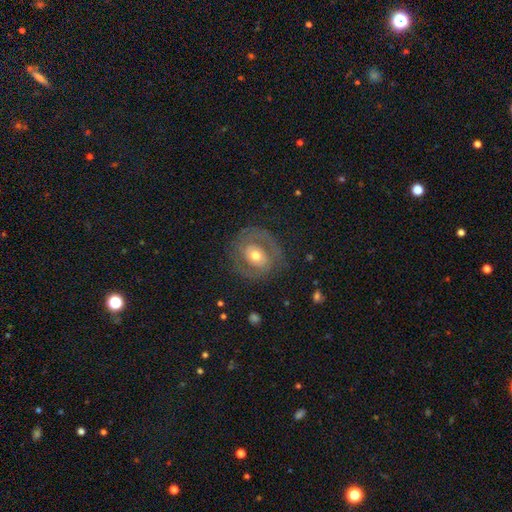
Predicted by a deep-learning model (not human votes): A featured or disk galaxy (61%) with no bar (69%), spiral arms (53%) and a moderate central bulge (71%).

Vote fractions:
- Smooth or featured? featured or disk: 61% / smooth: 32% / star or artifact: 7%
- Edge-on disk? no: 96% / yes: 4%
- Bar? no: 69% / weak: 23% / strong: 8%
- Spiral arms? yes: 53% / no: 47%
- Bulge size? moderate: 71% / large: 14% / small: 12% / dominant: 1% / none: 1%
- Merging? none: 75% / minor disturbance: 14% / major disturbance: 10% / merger: 1%